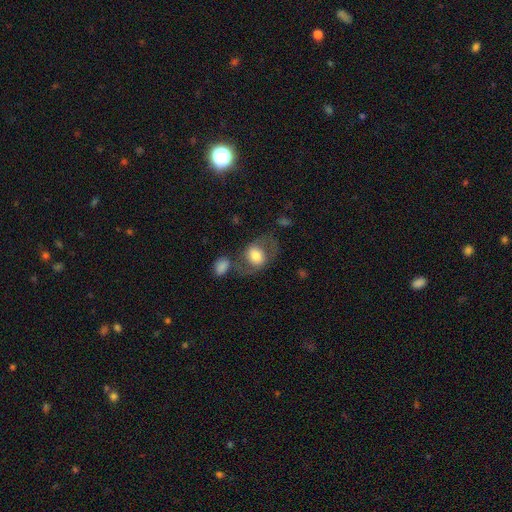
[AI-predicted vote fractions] This appears to be a smooth galaxy with no disk features (57%) that is in between round and cigar-shaped (54%). Merging: none (52%).